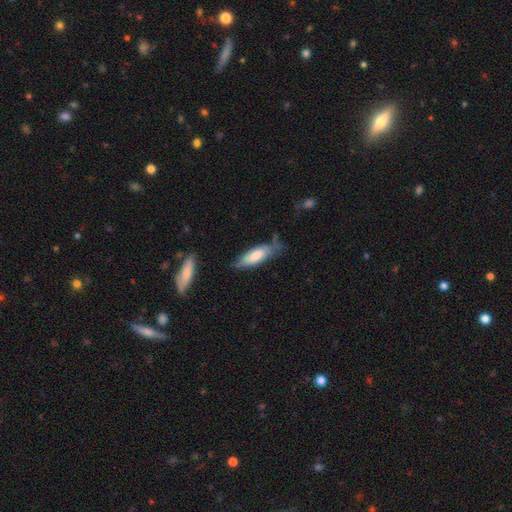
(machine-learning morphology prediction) Smooth or featured? smooth (72%)
How rounded? in between (55%)
Merging? none (56%)